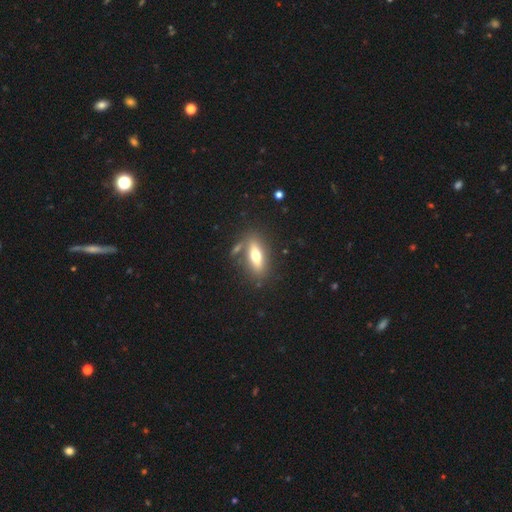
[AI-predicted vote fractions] Q: Smooth or featured?
A: smooth (57%); runner-up: featured or disk (36%)
Q: How rounded?
A: in between (57%); runner-up: cigar-shaped (40%)
Q: Merging?
A: none (75%); runner-up: minor disturbance (12%)